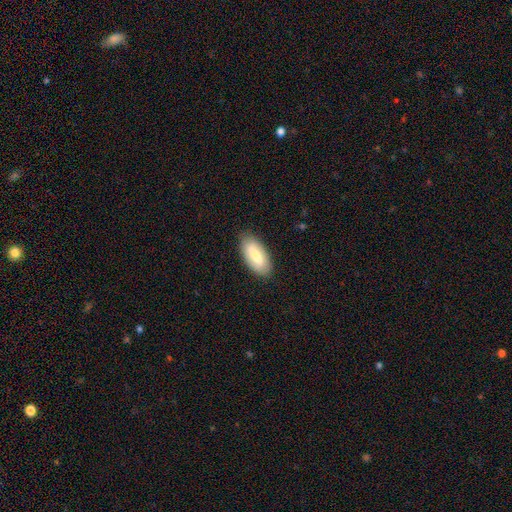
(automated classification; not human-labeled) The model was most divided on "smooth or featured": smooth: 70%, featured or disk: 24%, star or artifact: 6%. More confident: how rounded — in between (87%); merging — none (85%).